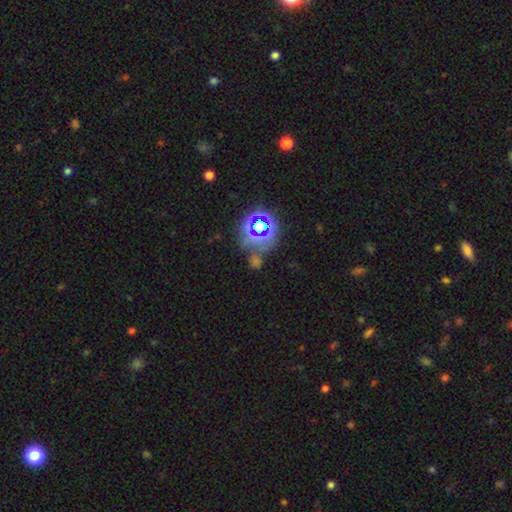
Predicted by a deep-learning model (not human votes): This appears to be a star or artifact, not a galaxy (65%).